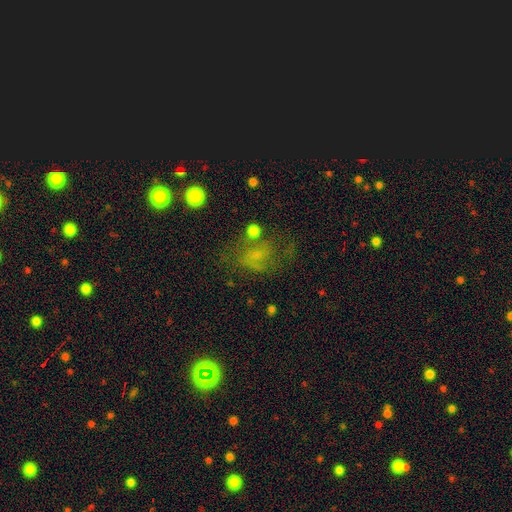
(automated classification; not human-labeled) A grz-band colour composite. It shows a smooth galaxy with no disk features (40%). Merging: none (42%).